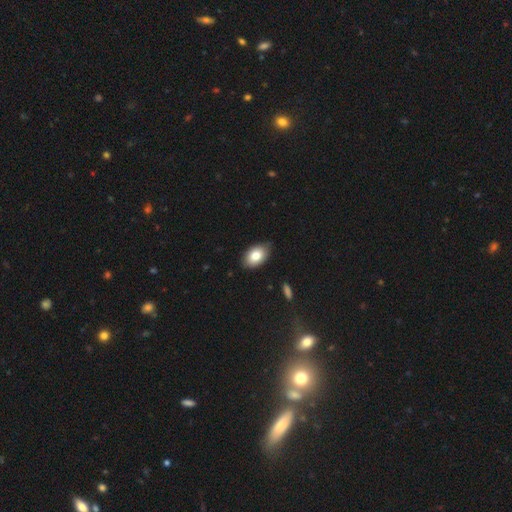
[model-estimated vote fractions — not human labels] The model was most divided on "merging": none: 81%, minor disturbance: 16%, major disturbance: 2%, merger: 1%. More confident: how rounded — in between (89%); smooth or featured — smooth (81%).